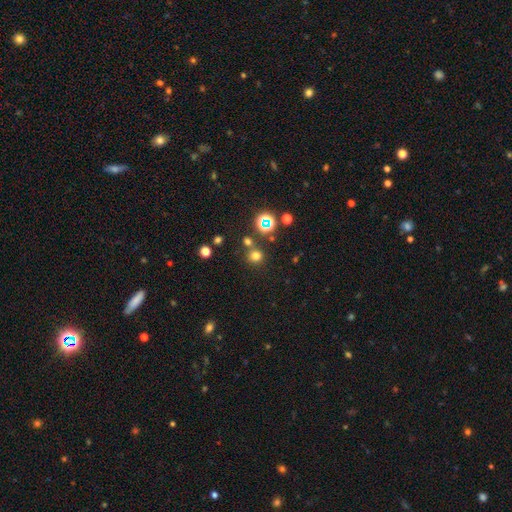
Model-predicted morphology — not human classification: A smooth galaxy with no disk features (68%) that is round (91%). Merging: none (77%).